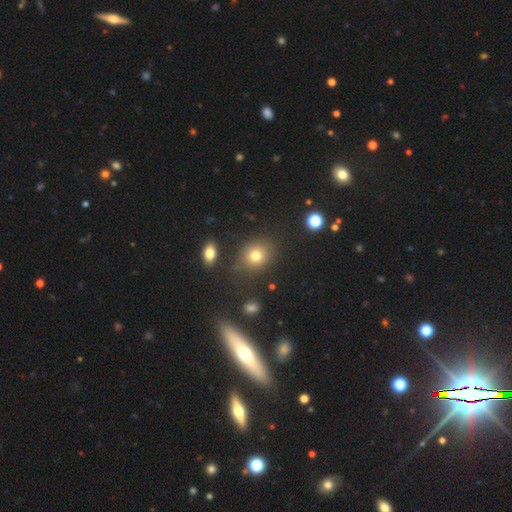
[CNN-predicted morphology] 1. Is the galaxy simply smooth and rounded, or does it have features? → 77% smooth, 15% star or artifact, 8% featured or disk.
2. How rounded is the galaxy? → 71% round, 28% in between, 1% cigar-shaped.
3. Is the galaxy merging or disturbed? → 80% none, 11% minor disturbance, 4% merger, 4% major disturbance.